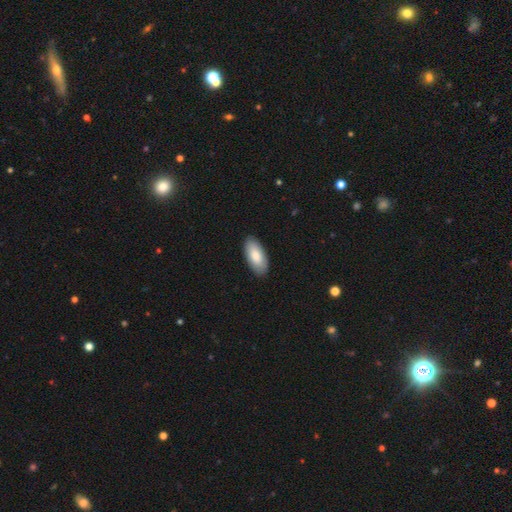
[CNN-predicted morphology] smooth 84%, featured or disk 11%, star or artifact 5%. Down the decision tree: how rounded — in between (93%); merging — none (89%).